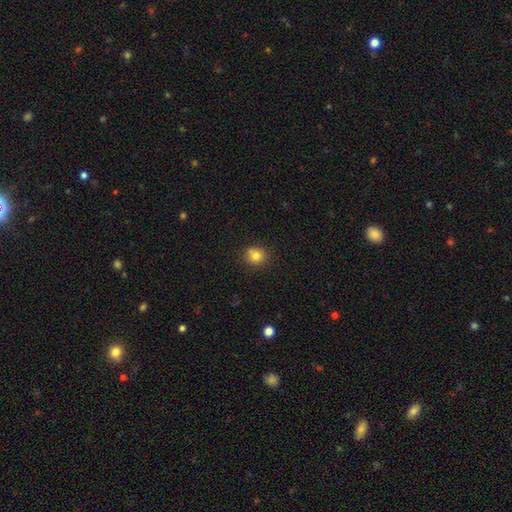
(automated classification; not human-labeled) smooth_or_featured: smooth (p=0.79) [alt: star or artifact p=0.12]
how_rounded: round (p=0.86) [alt: in between p=0.13]
merging: none (p=0.72) [alt: minor disturbance p=0.13]